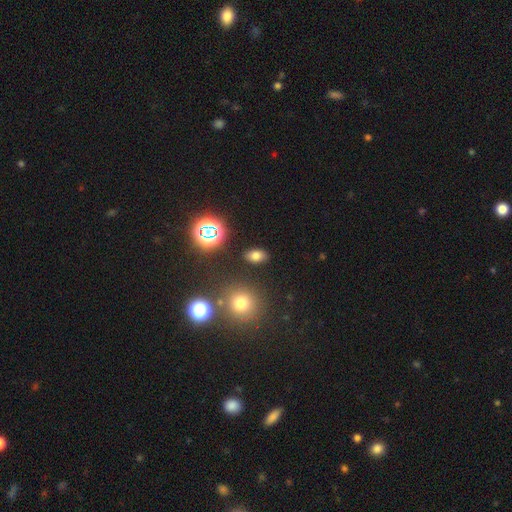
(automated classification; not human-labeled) The model was most divided on "smooth or featured": smooth: 71%, star or artifact: 20%, featured or disk: 9%. More confident: merging — none (88%); how rounded — in between (85%).